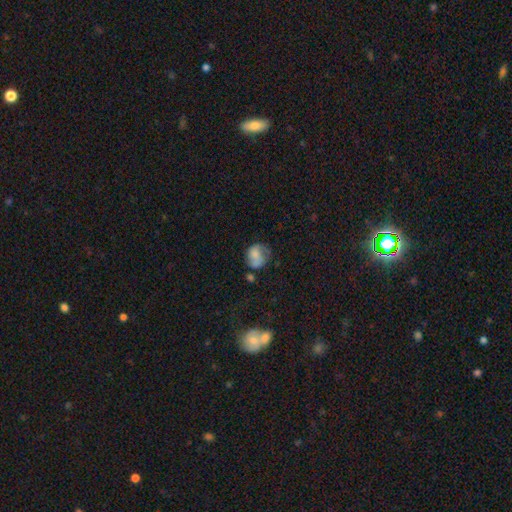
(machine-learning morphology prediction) Smooth or featured: smooth — 59% (featured or disk — 31%)
How rounded: round — 68% (in between — 31%)
Merging: none — 45% (minor disturbance — 28%)